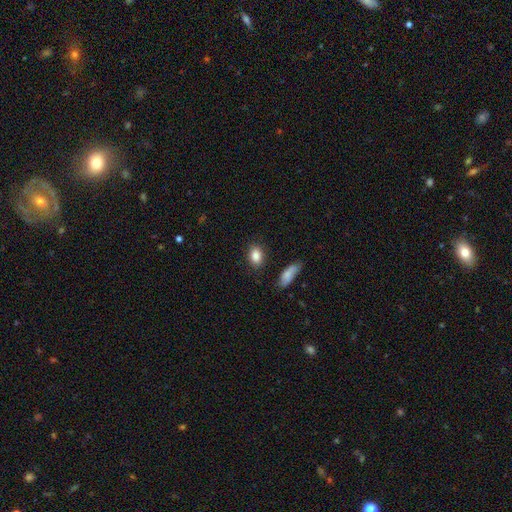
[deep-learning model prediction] This appears to be a smooth galaxy with no disk features (86%) that is in between round and cigar-shaped (78%). Merging: none (84%).